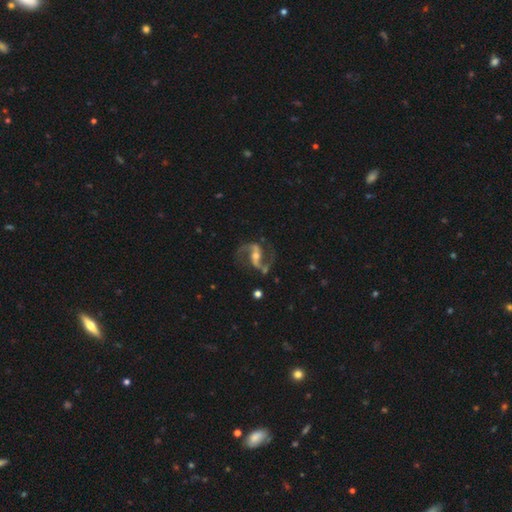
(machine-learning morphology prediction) Smooth or featured: featured or disk — 92% (star or artifact — 5%)
Edge-on disk: no — 97% (yes — 3%)
Bar: strong — 47% (weak — 34%)
Spiral arms: yes — 97% (no — 3%)
Spiral winding: medium — 47% (loose — 46%)
Spiral arm count: 2 — 94% (1 — 2%)
Bulge size: moderate — 55% (small — 37%)
Merging: none — 77% (minor disturbance — 13%)